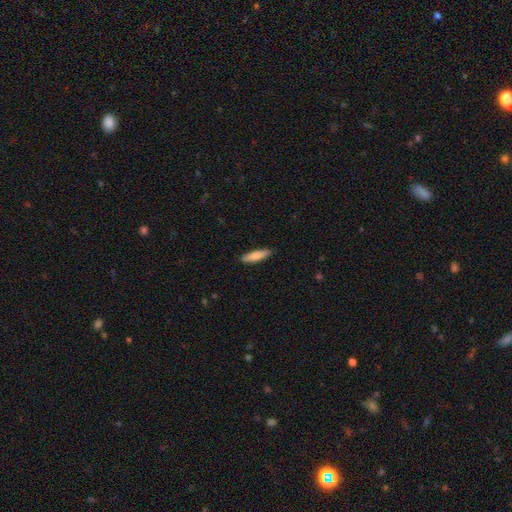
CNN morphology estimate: Overall: smooth (76%). How rounded: cigar-shaped (75%). Merging: none (90%).